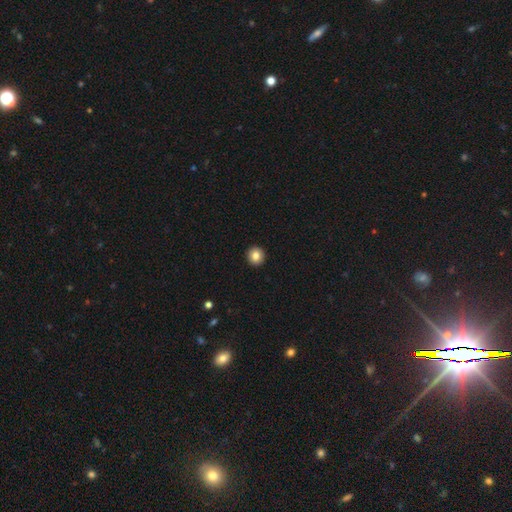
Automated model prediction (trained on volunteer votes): Smooth or featured?
  - smooth: 83% *
  - star or artifact: 9%
  - featured or disk: 8%
How rounded?
  - round: 93% *
  - in between: 6%
  - cigar-shaped: 1%
Merging?
  - none: 94% *
  - minor disturbance: 4%
  - major disturbance: 1%
  - merger: 1%